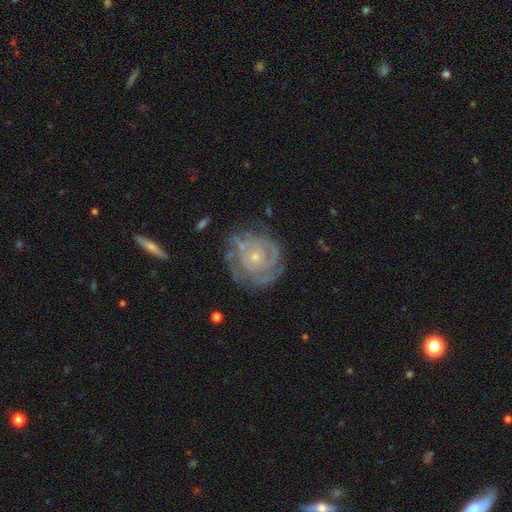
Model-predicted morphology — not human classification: Smooth or featured?
  - featured or disk: 84% *
  - smooth: 10%
  - star or artifact: 6%
Edge-on disk?
  - no: 97% *
  - yes: 3%
Bar?
  - no: 81% *
  - weak: 16%
  - strong: 4%
Spiral arms?
  - yes: 93% *
  - no: 7%
Spiral winding?
  - tight: 77% *
  - medium: 19%
  - loose: 4%
Spiral arm count?
  - can't tell: 35% *
  - 2: 24%
  - 3: 20%
  - 4: 10%
  - 1: 6%
  - more than 4: 6%
Bulge size?
  - small: 73% *
  - moderate: 22%
  - none: 2%
  - large: 1%
  - dominant: 1%
Merging?
  - none: 71% *
  - minor disturbance: 19%
  - major disturbance: 9%
  - merger: 2%